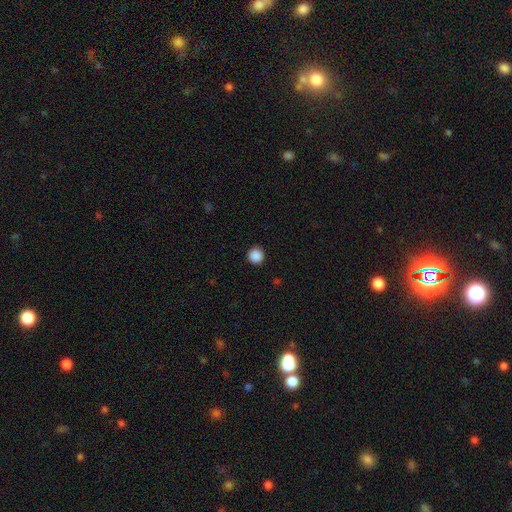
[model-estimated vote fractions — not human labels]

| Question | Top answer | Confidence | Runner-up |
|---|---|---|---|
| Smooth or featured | smooth | 89% | star or artifact (9%) |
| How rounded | round | 95% | in between (4%) |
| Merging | none | 93% | minor disturbance (4%) |